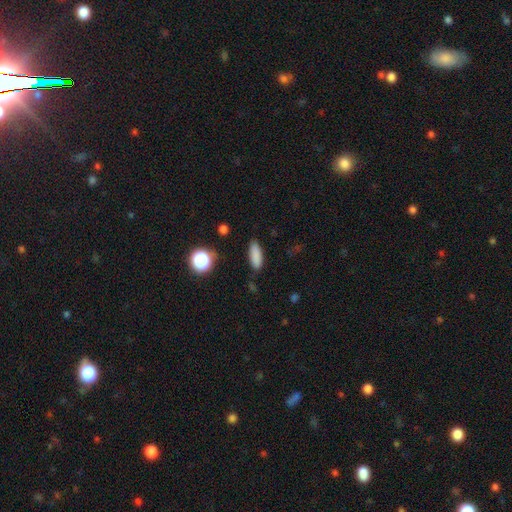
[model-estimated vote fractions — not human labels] Smooth or featured: smooth — 85% (star or artifact — 10%)
How rounded: in between — 63% (cigar-shaped — 34%)
Merging: none — 84% (minor disturbance — 12%)